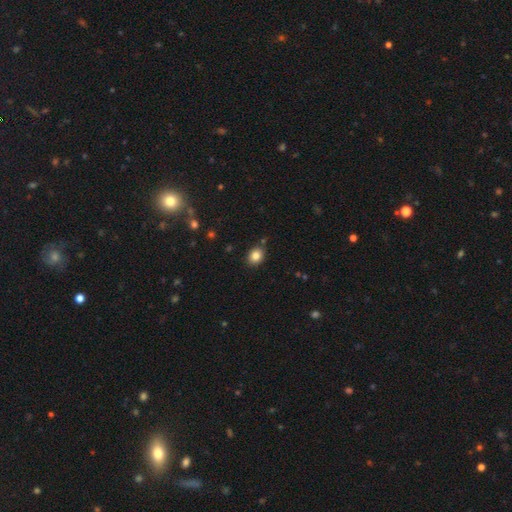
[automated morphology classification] A smooth galaxy with no disk features (83%) that is round (52%).

Vote fractions:
- Smooth or featured? smooth: 83% / star or artifact: 10% / featured or disk: 7%
- How rounded? round: 52% / in between: 48% / cigar-shaped: 1%
- Merging? none: 84% / minor disturbance: 11% / merger: 3% / major disturbance: 2%